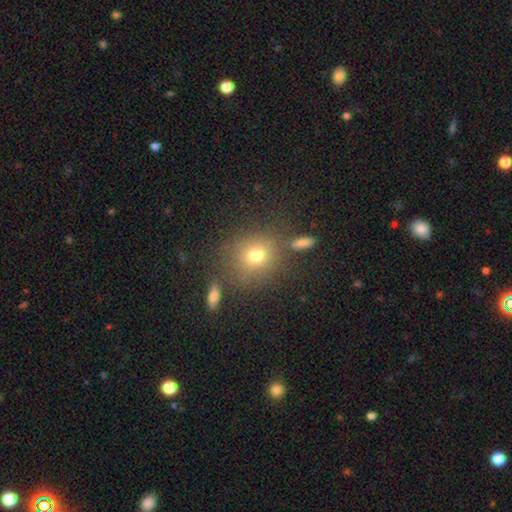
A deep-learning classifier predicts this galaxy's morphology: smooth-or-featured: smooth: 72% | star or artifact: 16% | featured or disk: 12%
  how-rounded: round: 83% | in between: 15% | cigar-shaped: 1%
  merging: none: 77% | minor disturbance: 11% | merger: 7% | major disturbance: 5%